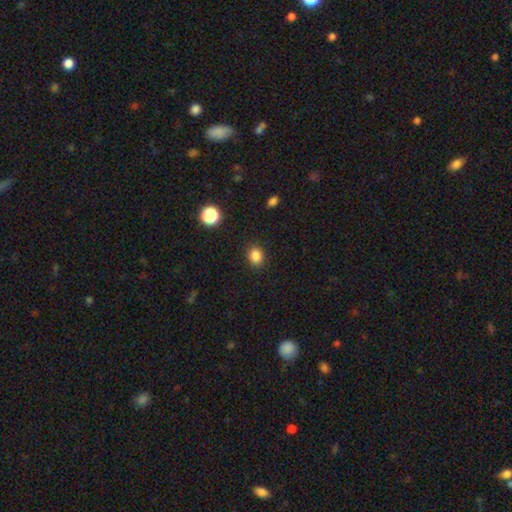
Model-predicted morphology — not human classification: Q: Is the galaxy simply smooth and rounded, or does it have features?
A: smooth — 85%.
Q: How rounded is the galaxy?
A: round — 60%.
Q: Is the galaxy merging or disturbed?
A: none — 88%.